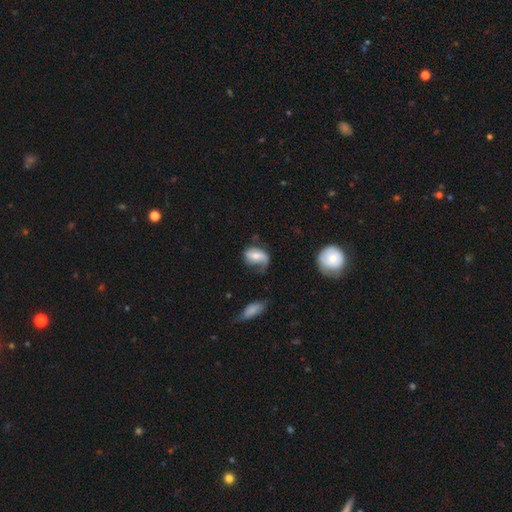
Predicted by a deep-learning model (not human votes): smooth-or-featured: featured or disk: 56% | smooth: 37% | star or artifact: 7%
  disk-edge-on: no: 96% | yes: 4%
    bar: no: 51% | weak: 34% | strong: 14%
    has-spiral-arms: yes: 82% | no: 18%
    bulge-size: moderate: 55% | small: 37% | large: 4% | none: 3% | dominant: 1%
  merging: none: 38% | minor disturbance: 30% | major disturbance: 29% | merger: 3%